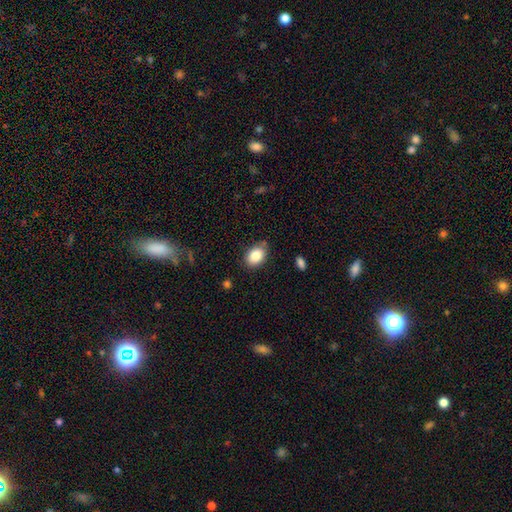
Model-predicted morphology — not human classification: Q: Smooth or featured?
A: smooth (85%); runner-up: star or artifact (8%)
Q: How rounded?
A: in between (76%); runner-up: round (23%)
Q: Merging?
A: none (78%); runner-up: minor disturbance (16%)